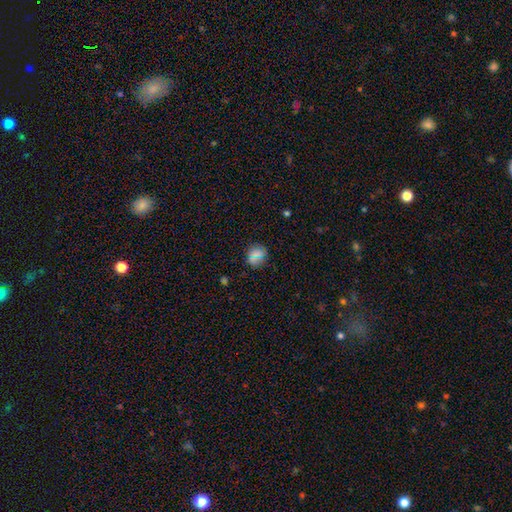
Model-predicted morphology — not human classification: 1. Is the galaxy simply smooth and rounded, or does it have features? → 77% smooth, 12% featured or disk, 11% star or artifact.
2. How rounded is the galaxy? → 73% round, 26% in between, 1% cigar-shaped.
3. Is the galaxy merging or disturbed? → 76% none, 16% minor disturbance, 4% merger, 4% major disturbance.